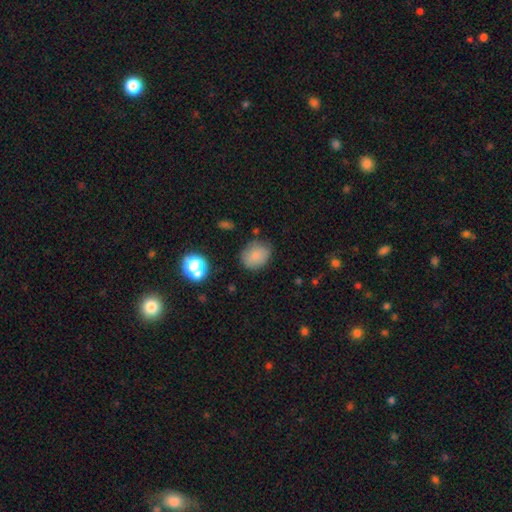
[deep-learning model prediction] Overall: smooth (82%). How rounded: round (53%; in between 46%). Merging: none (74%).